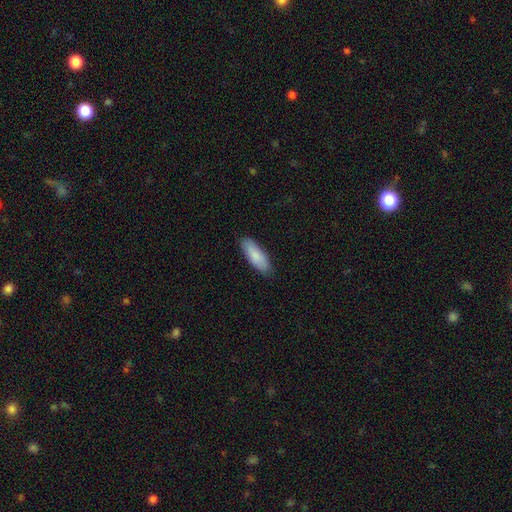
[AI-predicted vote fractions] smooth-or-featured: smooth: 86% | featured or disk: 9% | star or artifact: 5%
  how-rounded: in between: 64% | cigar-shaped: 34% | round: 2%
  merging: none: 86% | minor disturbance: 11% | major disturbance: 2% | merger: 1%